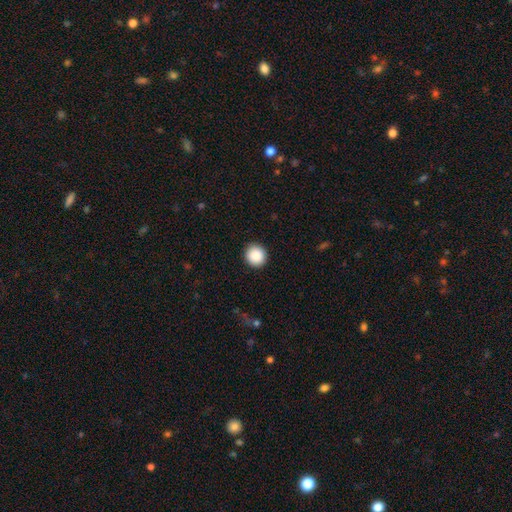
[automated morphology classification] This is clearly a smooth galaxy (89%). How rounded: clearly round (93%). Merging: clearly none (92%).